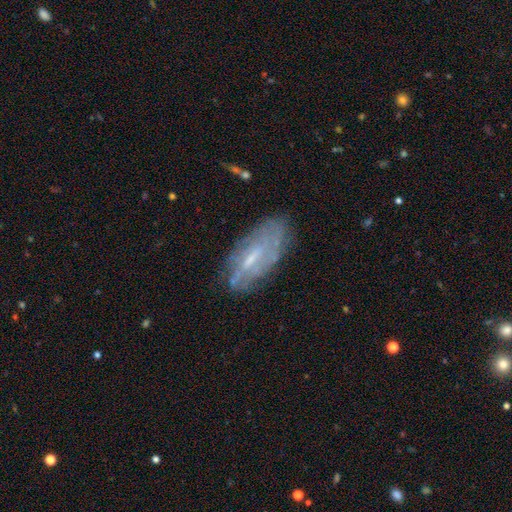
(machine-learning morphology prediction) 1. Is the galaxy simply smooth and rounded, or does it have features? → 63% featured or disk, 26% smooth, 11% star or artifact.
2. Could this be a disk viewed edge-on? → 86% no, 14% yes.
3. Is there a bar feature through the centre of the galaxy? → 49% weak, 32% no, 19% strong.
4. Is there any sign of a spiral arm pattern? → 74% yes, 26% no.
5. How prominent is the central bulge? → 53% small, 29% moderate, 14% none, 2% large, 1% dominant.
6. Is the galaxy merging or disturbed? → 73% none, 18% minor disturbance, 7% major disturbance, 2% merger.